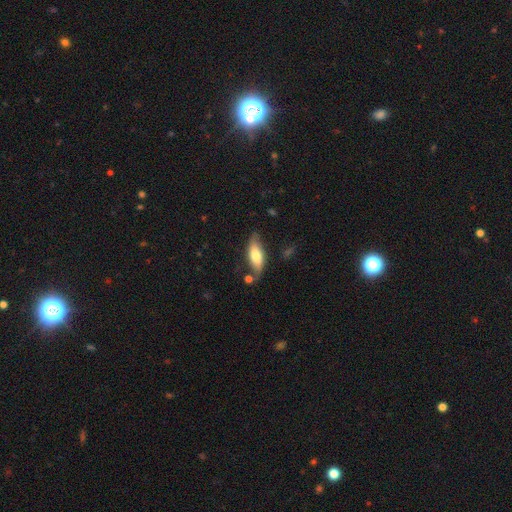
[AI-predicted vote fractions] smooth-or-featured: smooth: 65% | featured or disk: 28% | star or artifact: 6%
  how-rounded: in between: 76% | cigar-shaped: 22% | round: 3%
  merging: none: 64% | minor disturbance: 24% | merger: 6% | major disturbance: 6%